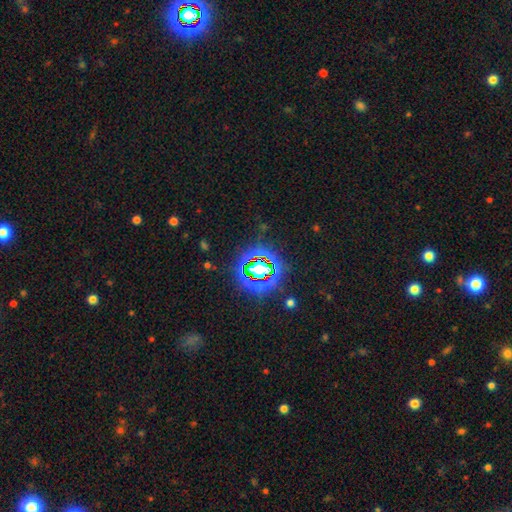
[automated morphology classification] Smooth or featured? Predicted: star or artifact (p=0.81).